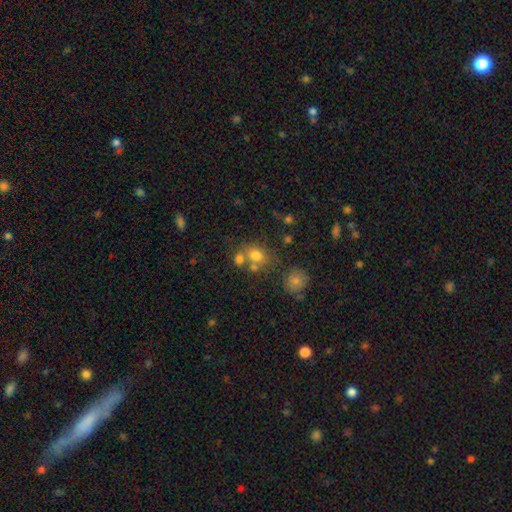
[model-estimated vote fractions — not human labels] smooth-or-featured: smooth: 72% | star or artifact: 15% | featured or disk: 13%
  how-rounded: round: 61% | in between: 37% | cigar-shaped: 1%
  merging: none: 49% | merger: 32% | minor disturbance: 12% | major disturbance: 6%